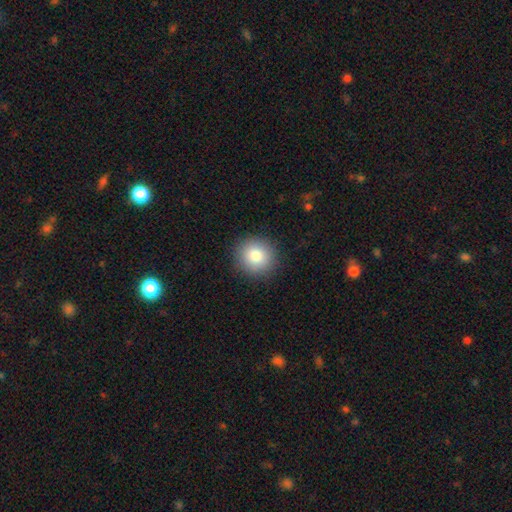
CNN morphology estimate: Overall: smooth (83%). How rounded: round (92%). Merging: none (90%).